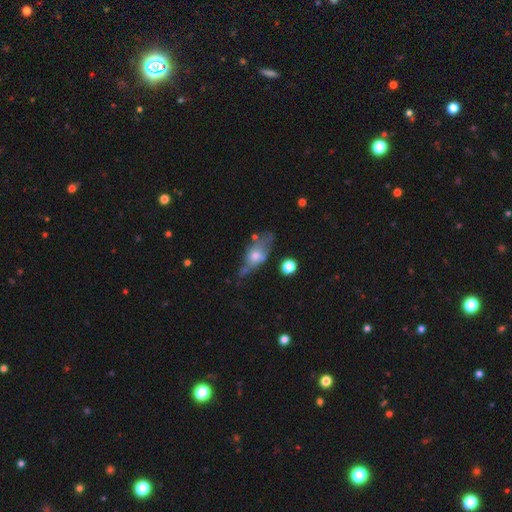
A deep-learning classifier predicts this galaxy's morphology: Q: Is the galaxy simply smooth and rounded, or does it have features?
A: smooth — 50%.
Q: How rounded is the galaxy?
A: in between — 74%.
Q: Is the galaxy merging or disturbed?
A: none — 37%.